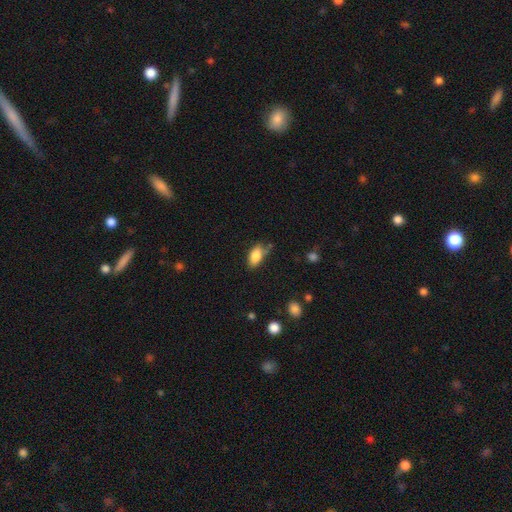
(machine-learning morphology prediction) Smooth or featured: smooth — 84% (featured or disk — 8%)
How rounded: in between — 91% (round — 5%)
Merging: none — 57% (minor disturbance — 30%)